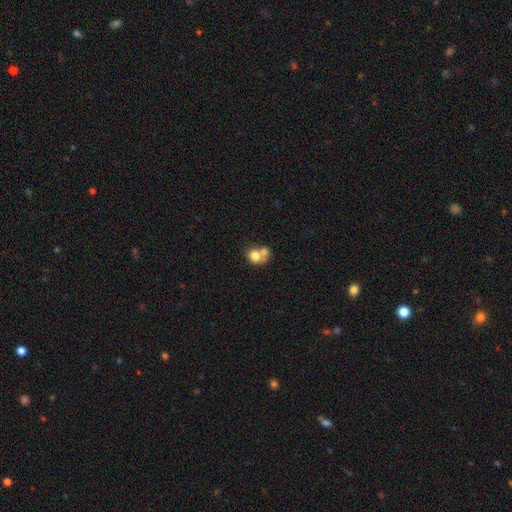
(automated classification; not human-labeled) Overall: smooth (72%). How rounded: round (66%; in between 33%). Merging: merger (59%; none 29%).